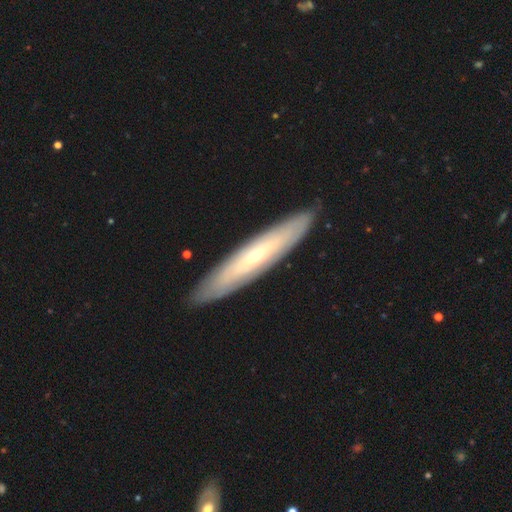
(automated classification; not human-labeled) smooth_or_featured: featured or disk (p=0.62) [alt: smooth p=0.32]
disk_edge_on: yes (p=0.59) [alt: no p=0.41]
merging: none (p=0.89) [alt: minor disturbance p=0.08]